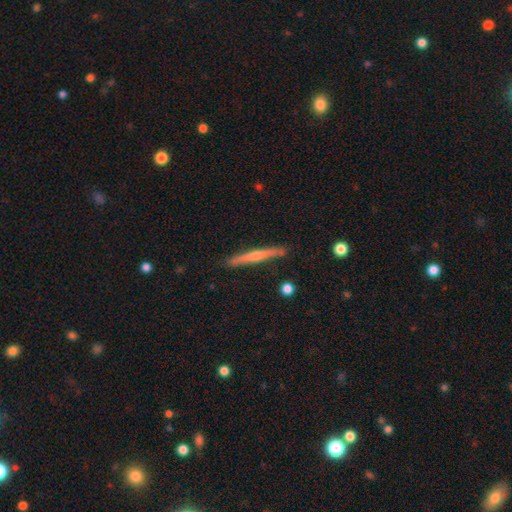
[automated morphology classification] This is likely a featured or disk galaxy (62%). It is clearly viewed edge-on (97%). Edge-on bulge: likely rounded (73%). Merging: clearly none (88%).